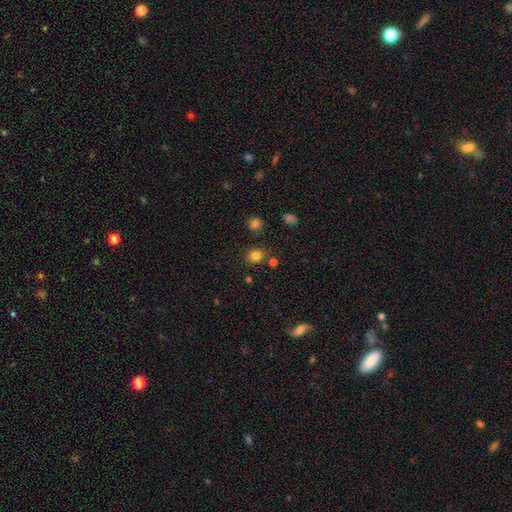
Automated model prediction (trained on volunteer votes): smooth-or-featured: smooth: 81% | star or artifact: 13% | featured or disk: 6%
  how-rounded: round: 69% | in between: 30% | cigar-shaped: 1%
  merging: none: 82% | minor disturbance: 10% | merger: 5% | major disturbance: 3%